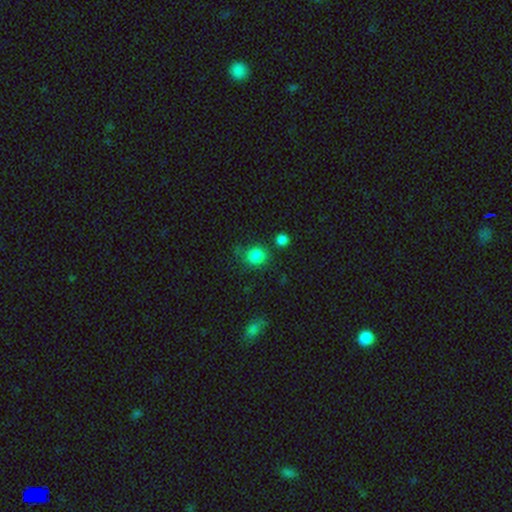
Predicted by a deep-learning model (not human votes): A smooth galaxy with no disk features (85%) that is round (78%). Merging: none (73%).